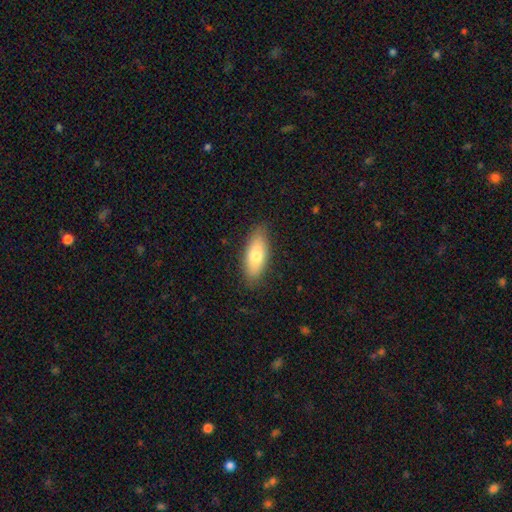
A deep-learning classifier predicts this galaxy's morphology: Q: Smooth or featured?
A: smooth (73%); runner-up: featured or disk (21%)
Q: How rounded?
A: in between (76%); runner-up: cigar-shaped (22%)
Q: Merging?
A: none (85%); runner-up: minor disturbance (11%)